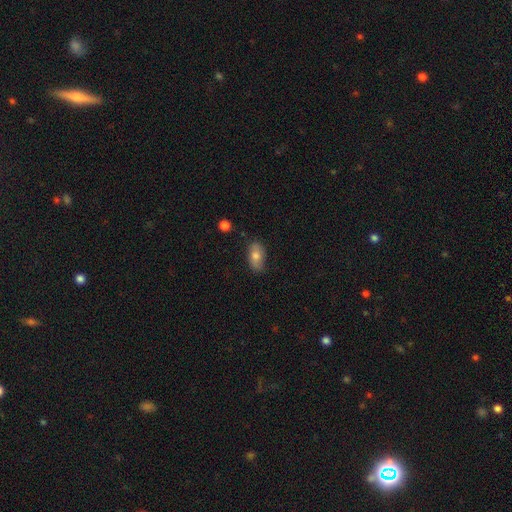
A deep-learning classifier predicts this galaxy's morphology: A smooth galaxy with no disk features (72%) that is in between round and cigar-shaped (91%). Merging: none (79%).